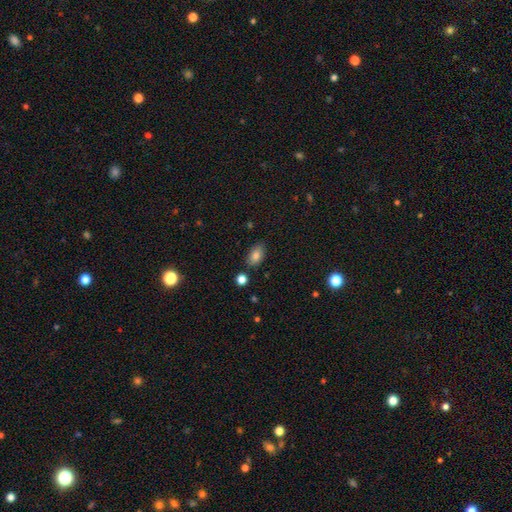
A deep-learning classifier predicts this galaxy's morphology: Smooth or featured? smooth (83%)
How rounded? in between (89%)
Merging? none (81%)